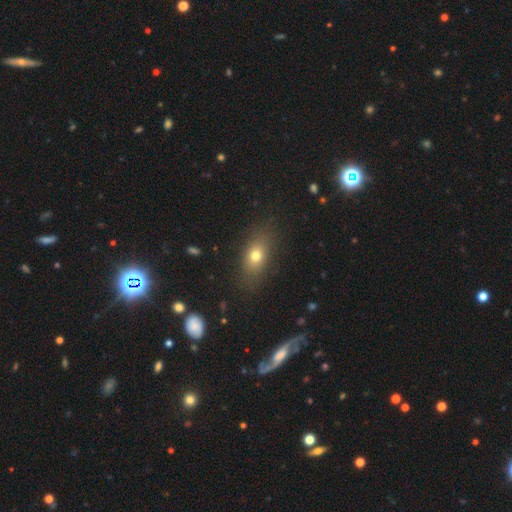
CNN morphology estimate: type=smooth (73%); roundness=in between (75%); merging=none (82%).